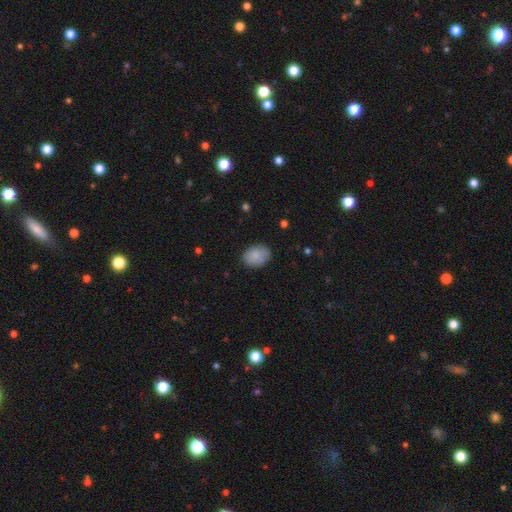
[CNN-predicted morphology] A smooth galaxy with no disk features (87%) that is in between round and cigar-shaped (71%).

Vote fractions:
- Smooth or featured? smooth: 87% / star or artifact: 7% / featured or disk: 6%
- How rounded? in between: 71% / round: 28% / cigar-shaped: 1%
- Merging? none: 83% / minor disturbance: 13% / major disturbance: 3% / merger: 1%